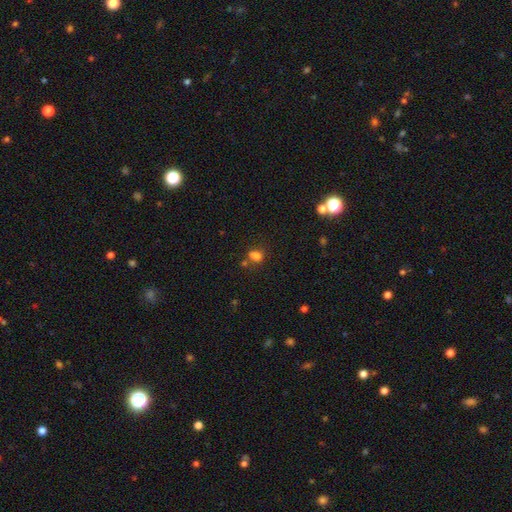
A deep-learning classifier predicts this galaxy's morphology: Smooth or featured?
  - smooth: 76% *
  - star or artifact: 16%
  - featured or disk: 8%
How rounded?
  - in between: 60% *
  - round: 37%
  - cigar-shaped: 3%
Merging?
  - none: 56% *
  - merger: 21%
  - minor disturbance: 17%
  - major disturbance: 7%